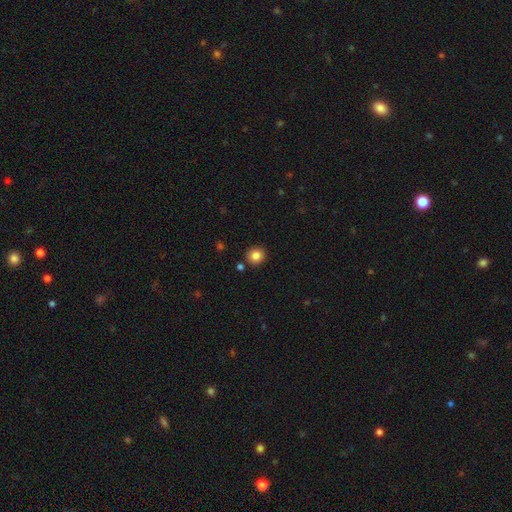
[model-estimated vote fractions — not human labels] Morphology: type=smooth (85%); roundness=round (92%); merging=none (89%).